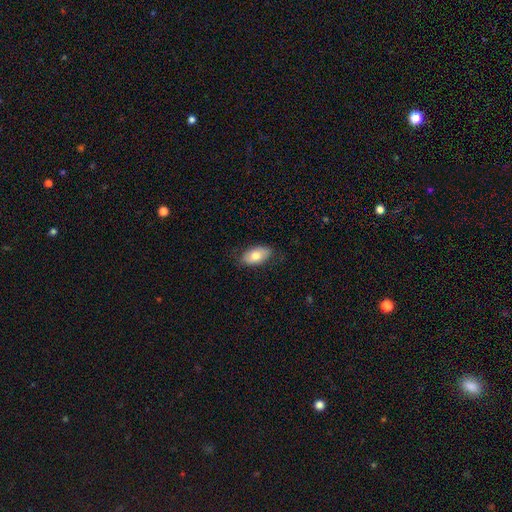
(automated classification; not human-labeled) Smooth or featured? smooth (77%)
How rounded? in between (93%)
Merging? none (81%)